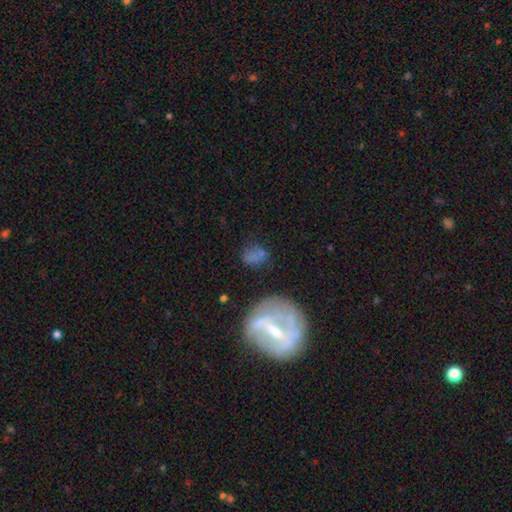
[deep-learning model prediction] This appears to be a smooth galaxy with no disk features (60%) that is in between round and cigar-shaped (58%). Merging: none (53%).